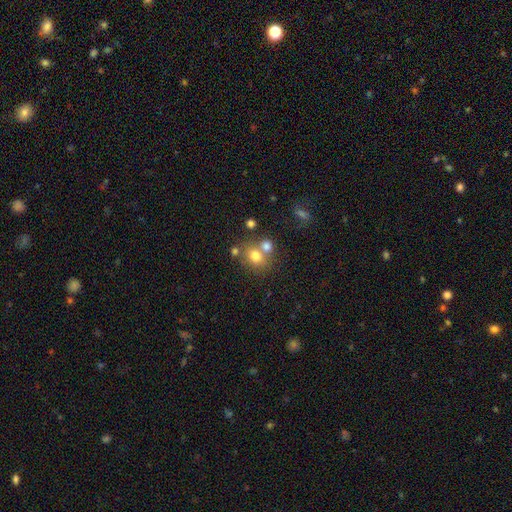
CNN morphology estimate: Overall: smooth (73%). How rounded: round (70%). Merging: none (50%; merger 37%).